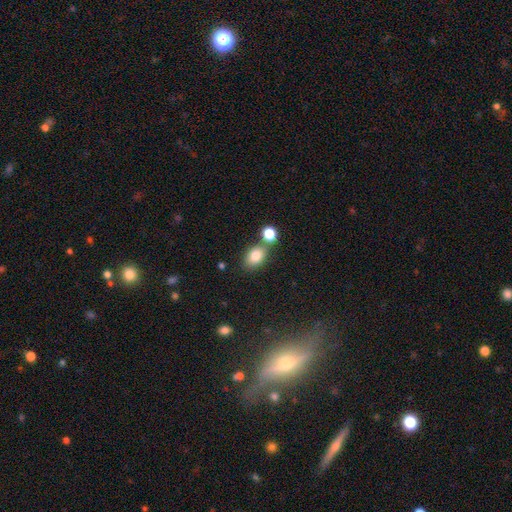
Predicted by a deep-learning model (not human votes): This appears to be a smooth galaxy with no disk features (82%) that is in between round and cigar-shaped (76%). Merging: none (61%).